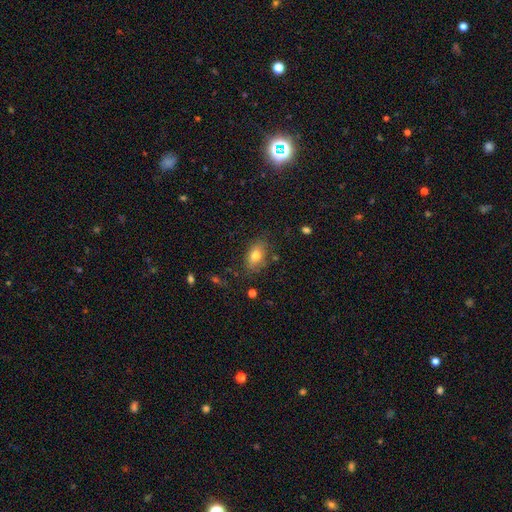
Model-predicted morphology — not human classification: Smooth or featured? Predicted: smooth (p=0.76). How rounded? Predicted: in between (p=0.83). Merging? Predicted: none (p=0.78).